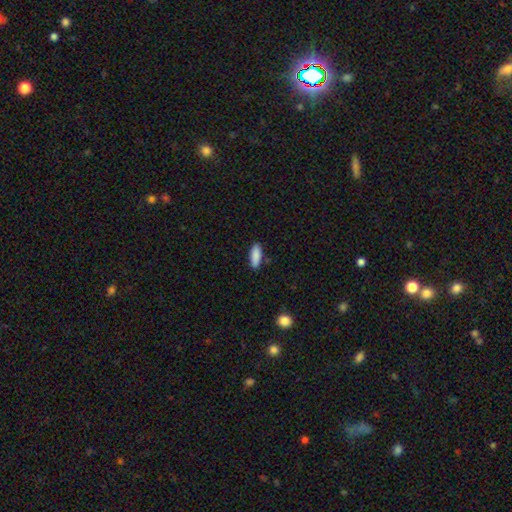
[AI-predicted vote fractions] A smooth galaxy with no disk features (88%) that is in between round and cigar-shaped (65%).

Vote fractions:
- Smooth or featured? smooth: 88% / star or artifact: 6% / featured or disk: 6%
- How rounded? in between: 65% / cigar-shaped: 33% / round: 2%
- Merging? none: 84% / minor disturbance: 11% / merger: 2% / major disturbance: 2%